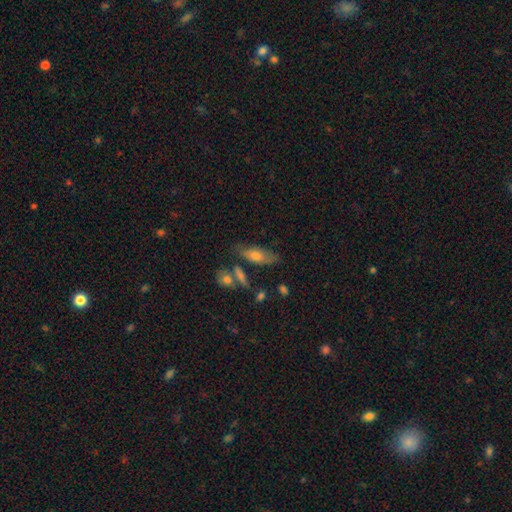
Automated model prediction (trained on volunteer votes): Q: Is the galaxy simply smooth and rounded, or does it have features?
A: smooth — 63%.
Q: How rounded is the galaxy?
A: in between — 67%.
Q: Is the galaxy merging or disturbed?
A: none — 60%.